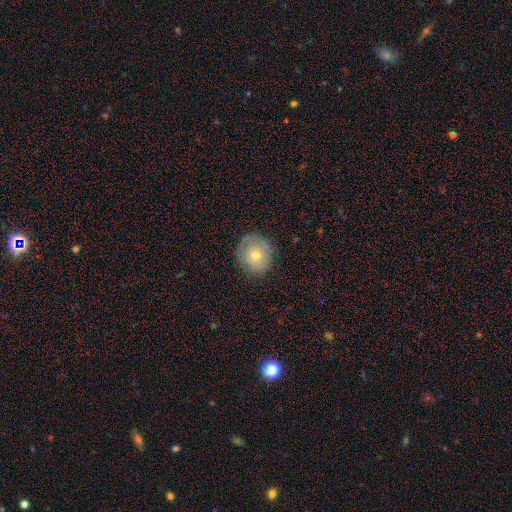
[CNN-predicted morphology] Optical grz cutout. It shows a smooth galaxy with no disk features (59%) that is round (78%). Merging: none (77%).